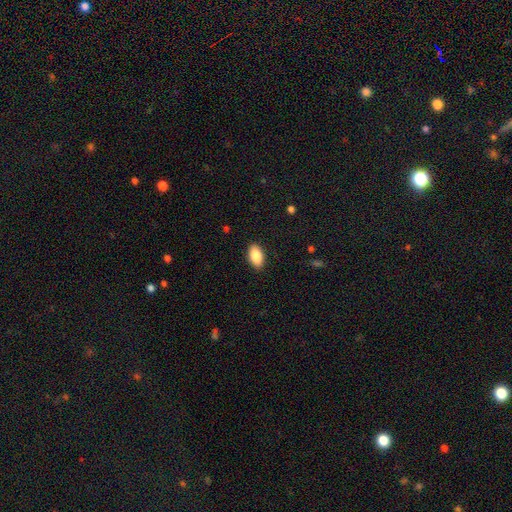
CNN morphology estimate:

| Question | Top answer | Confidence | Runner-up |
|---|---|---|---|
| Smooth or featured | smooth | 87% | star or artifact (7%) |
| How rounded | in between | 93% | round (4%) |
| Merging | none | 89% | minor disturbance (8%) |